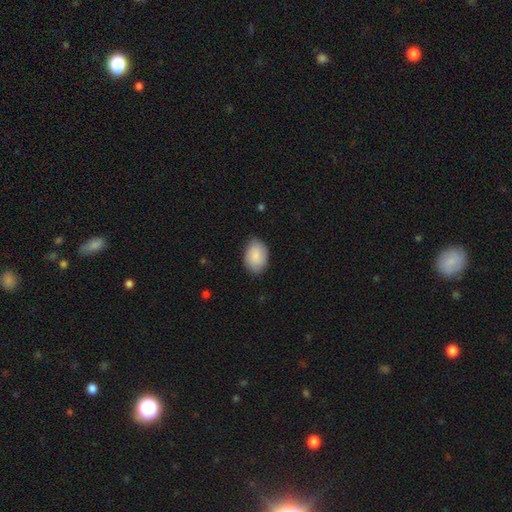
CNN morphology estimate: Smooth or featured?
  - smooth: 86% *
  - featured or disk: 8%
  - star or artifact: 6%
How rounded?
  - in between: 87% *
  - round: 12%
  - cigar-shaped: 1%
Merging?
  - none: 81% *
  - minor disturbance: 15%
  - major disturbance: 3%
  - merger: 1%